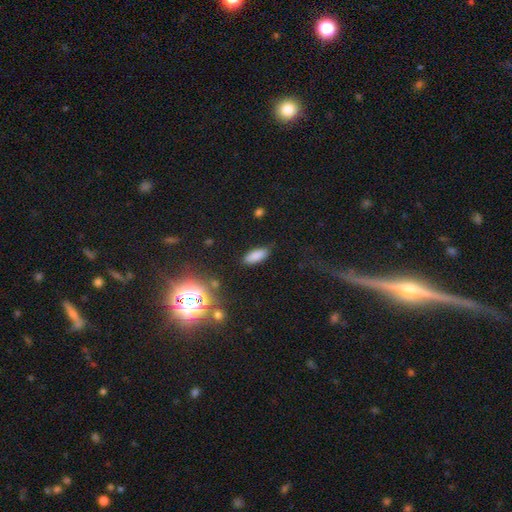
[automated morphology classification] Q: Smooth or featured?
A: smooth (82%); runner-up: star or artifact (12%)
Q: How rounded?
A: in between (72%); runner-up: cigar-shaped (25%)
Q: Merging?
A: none (83%); runner-up: minor disturbance (12%)